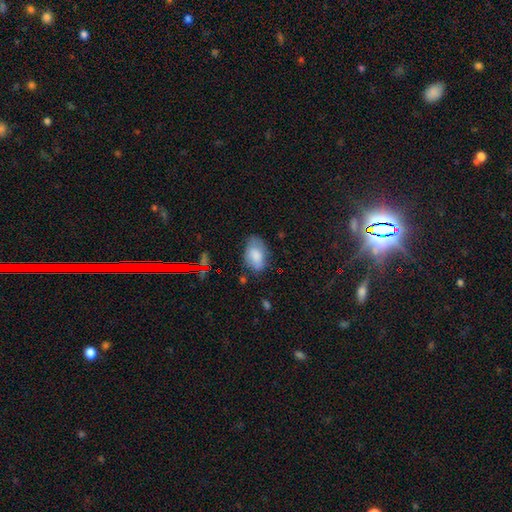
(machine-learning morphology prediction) smooth_or_featured: smooth (p=0.78) [alt: featured or disk p=0.13]
how_rounded: in between (p=0.91) [alt: round p=0.07]
merging: none (p=0.63) [alt: minor disturbance p=0.27]